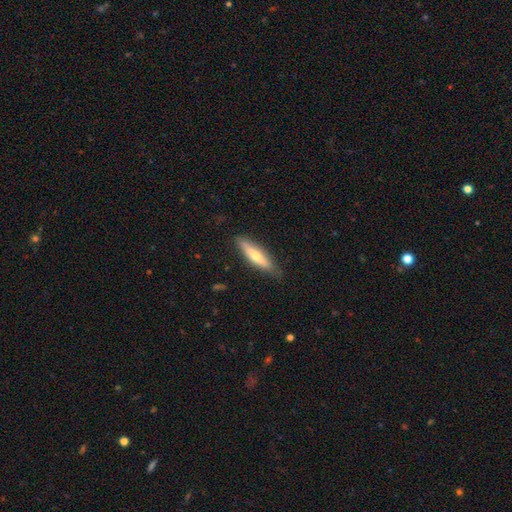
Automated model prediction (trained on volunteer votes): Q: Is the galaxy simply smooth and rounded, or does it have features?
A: smooth — 55%.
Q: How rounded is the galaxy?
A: cigar-shaped — 75%.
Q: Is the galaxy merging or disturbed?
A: none — 84%.